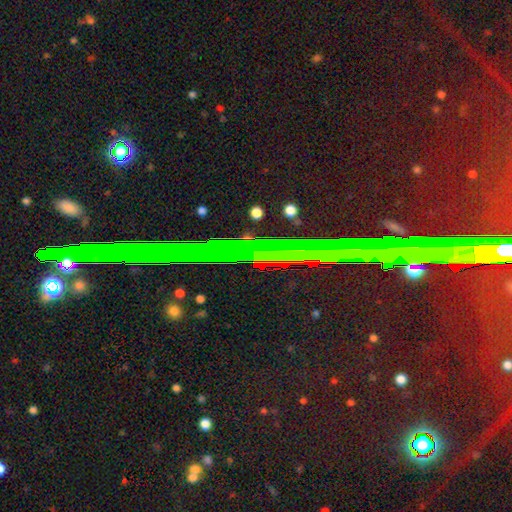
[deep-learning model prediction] Smooth or featured? Predicted: star or artifact (p=0.82).